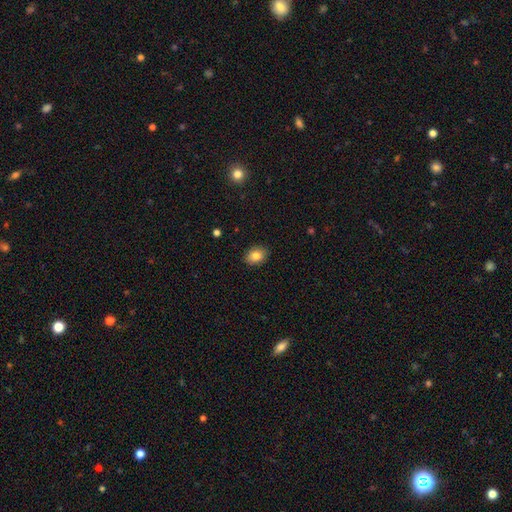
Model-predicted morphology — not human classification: type=smooth (85%); roundness=in between (70%); merging=none (88%).